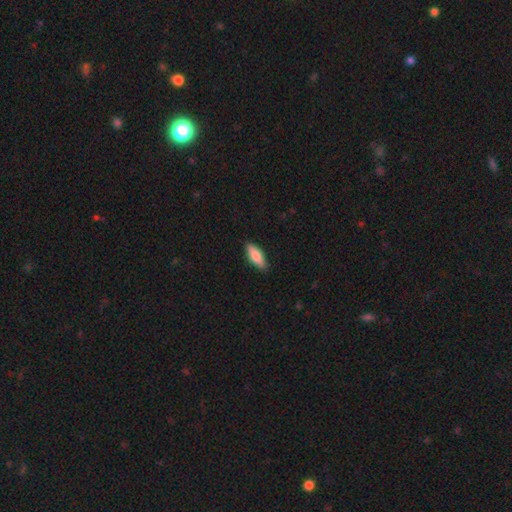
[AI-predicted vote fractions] Smooth or featured?
  - smooth: 79% *
  - featured or disk: 15%
  - star or artifact: 6%
How rounded?
  - in between: 69% *
  - cigar-shaped: 29%
  - round: 2%
Merging?
  - none: 87% *
  - minor disturbance: 10%
  - major disturbance: 2%
  - merger: 1%